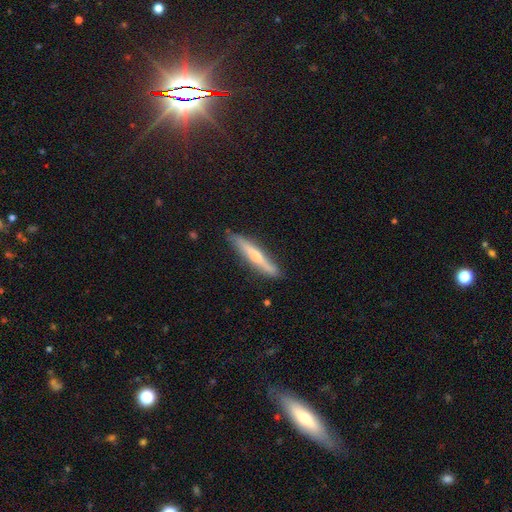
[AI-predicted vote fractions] Overall: featured or disk (52%; smooth 42%). Edge-on disk: yes (92%). Merging: none (82%).